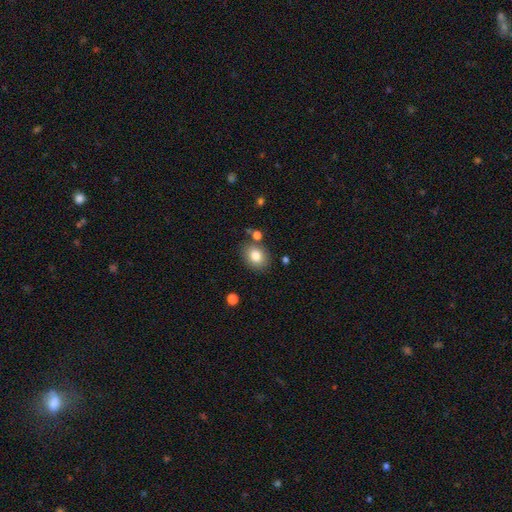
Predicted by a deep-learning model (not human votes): Smooth or featured: smooth — 82% (star or artifact — 9%)
How rounded: in between — 57% (round — 42%)
Merging: none — 79% (minor disturbance — 12%)